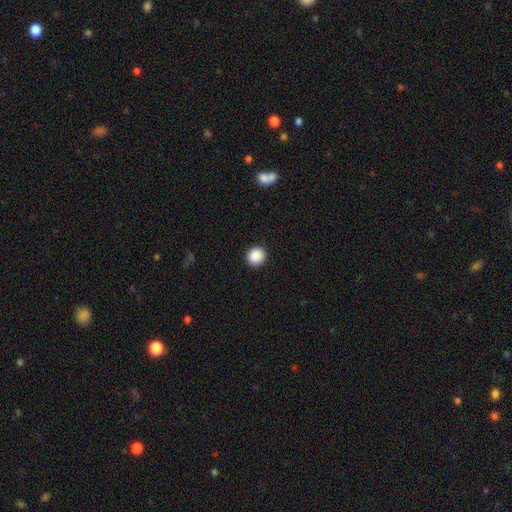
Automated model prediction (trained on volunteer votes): Q: Smooth or featured?
A: smooth (89%); runner-up: star or artifact (9%)
Q: How rounded?
A: round (93%); runner-up: in between (6%)
Q: Merging?
A: none (93%); runner-up: minor disturbance (5%)